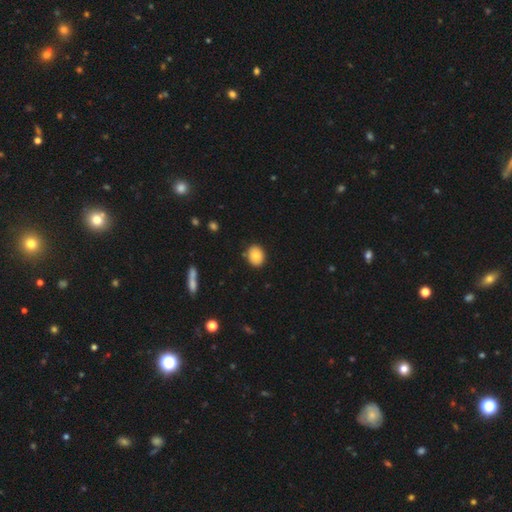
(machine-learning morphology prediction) Q: Smooth or featured?
A: smooth (82%); runner-up: featured or disk (10%)
Q: How rounded?
A: round (51%); runner-up: in between (47%)
Q: Merging?
A: none (87%); runner-up: minor disturbance (9%)